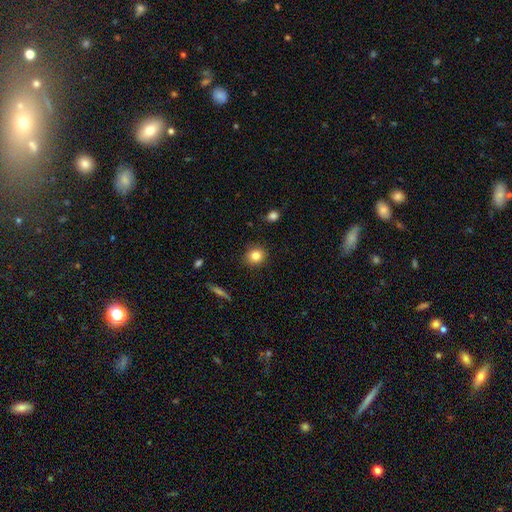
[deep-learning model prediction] A smooth galaxy with no disk features (83%) that is round (84%).

Vote fractions:
- Smooth or featured? smooth: 83% / star or artifact: 10% / featured or disk: 7%
- How rounded? round: 84% / in between: 14% / cigar-shaped: 1%
- Merging? none: 89% / minor disturbance: 7% / major disturbance: 2% / merger: 1%